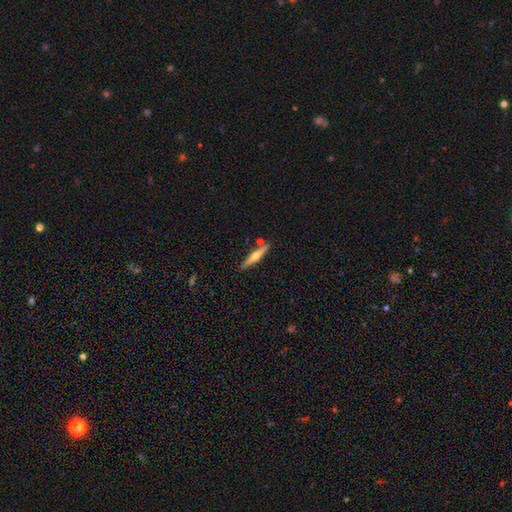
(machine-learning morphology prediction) This is likely a featured or disk galaxy (61%). It is clearly viewed edge-on (97%). Edge-on bulge: clearly rounded (90%). Merging: clearly none (83%).